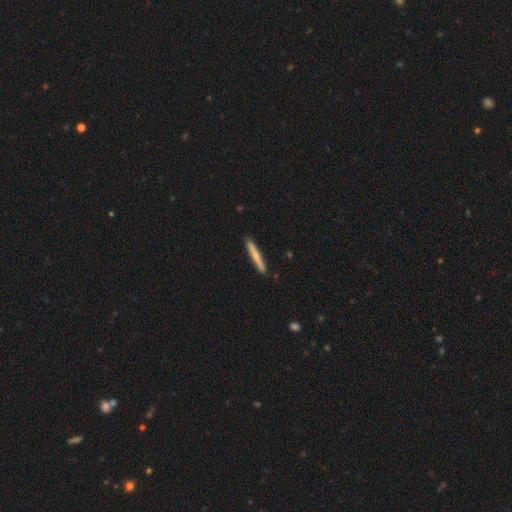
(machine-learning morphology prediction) Q: Smooth or featured?
A: smooth (63%); runner-up: featured or disk (31%)
Q: How rounded?
A: cigar-shaped (96%); runner-up: in between (3%)
Q: Merging?
A: none (90%); runner-up: minor disturbance (7%)